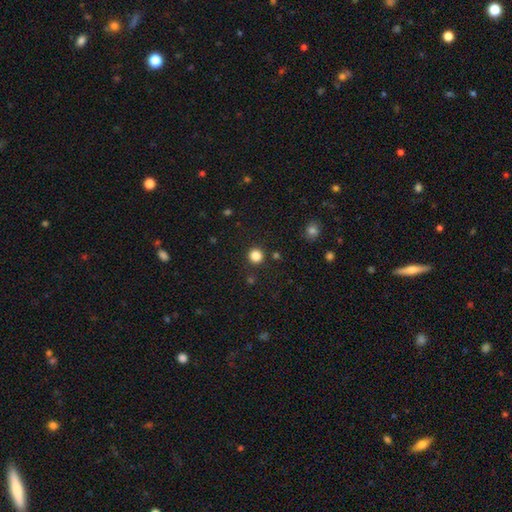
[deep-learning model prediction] smooth_or_featured: smooth (p=0.84) [alt: star or artifact p=0.12]
how_rounded: round (p=0.93) [alt: in between p=0.06]
merging: none (p=0.90) [alt: minor disturbance p=0.05]